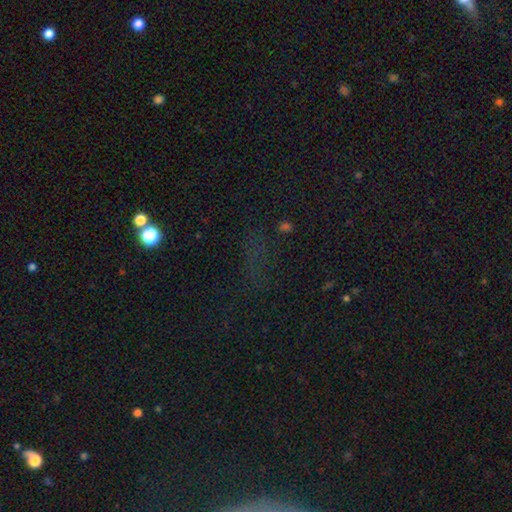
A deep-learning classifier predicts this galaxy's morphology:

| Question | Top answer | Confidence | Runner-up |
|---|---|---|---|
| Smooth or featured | star or artifact | 66% | smooth (24%) |